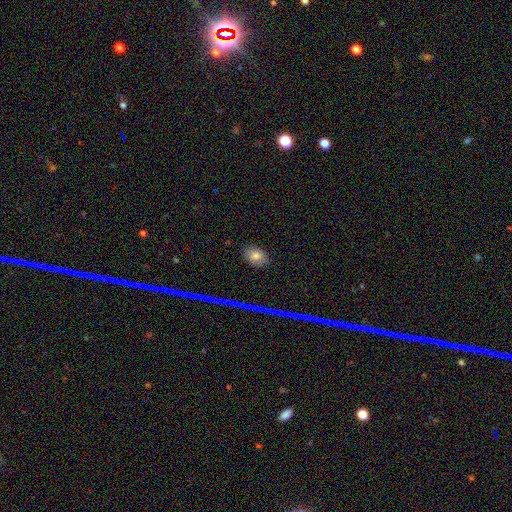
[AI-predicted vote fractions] Smooth or featured: smooth — 79% (featured or disk — 11%)
How rounded: in between — 70% (round — 28%)
Merging: none — 88% (minor disturbance — 9%)